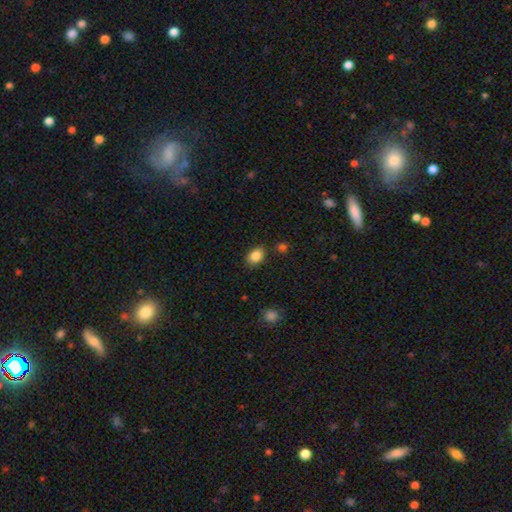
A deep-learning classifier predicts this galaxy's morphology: smooth 85%, star or artifact 9%, featured or disk 6%. Down the decision tree: how rounded — in between (73%); merging — none (83%).